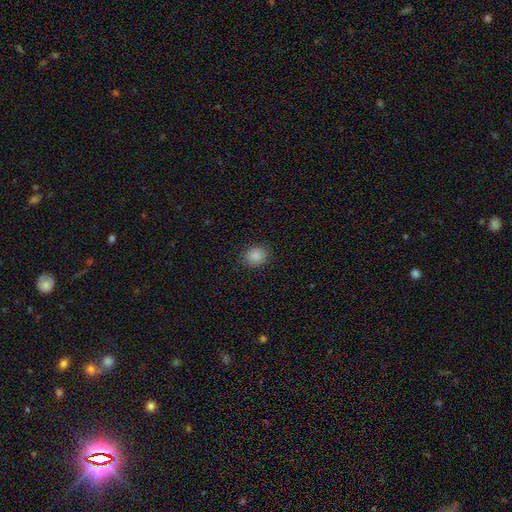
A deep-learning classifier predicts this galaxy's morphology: A smooth galaxy with no disk features (88%) that is round (58%).

Vote fractions:
- Smooth or featured? smooth: 88% / star or artifact: 9% / featured or disk: 3%
- How rounded? round: 58% / in between: 41% / cigar-shaped: 1%
- Merging? none: 87% / minor disturbance: 9% / major disturbance: 3% / merger: 1%